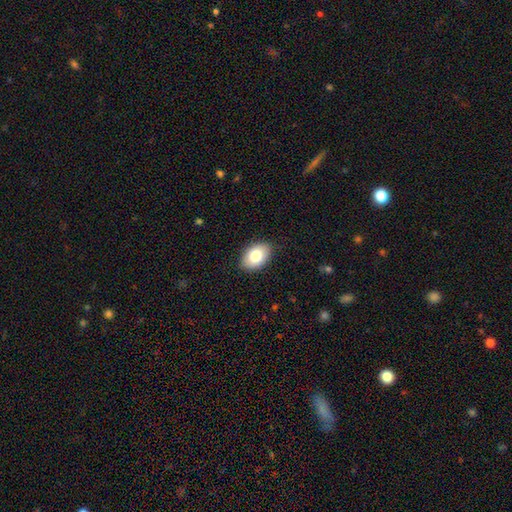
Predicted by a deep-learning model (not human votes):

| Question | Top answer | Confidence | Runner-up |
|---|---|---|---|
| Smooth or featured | smooth | 81% | featured or disk (12%) |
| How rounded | in between | 88% | round (11%) |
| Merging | none | 88% | minor disturbance (9%) |